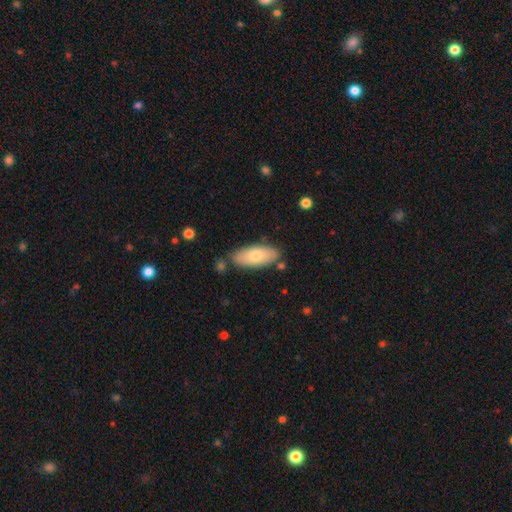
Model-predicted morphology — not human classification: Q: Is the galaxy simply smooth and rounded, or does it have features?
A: smooth — 75%.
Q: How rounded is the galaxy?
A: in between — 81%.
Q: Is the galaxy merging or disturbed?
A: none — 79%.